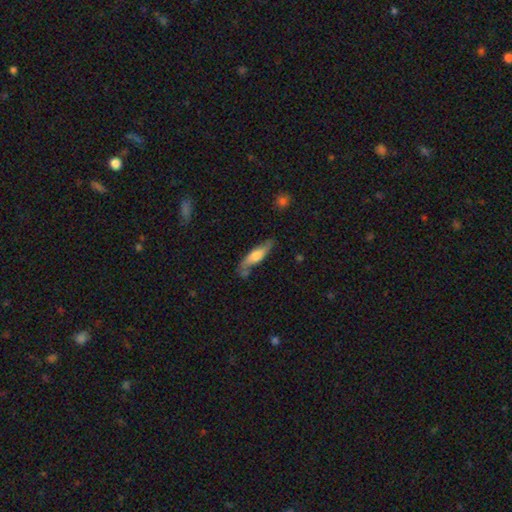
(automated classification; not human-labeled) Smooth or featured: smooth — 56% (featured or disk — 38%)
How rounded: cigar-shaped — 63% (in between — 35%)
Merging: none — 65% (minor disturbance — 22%)